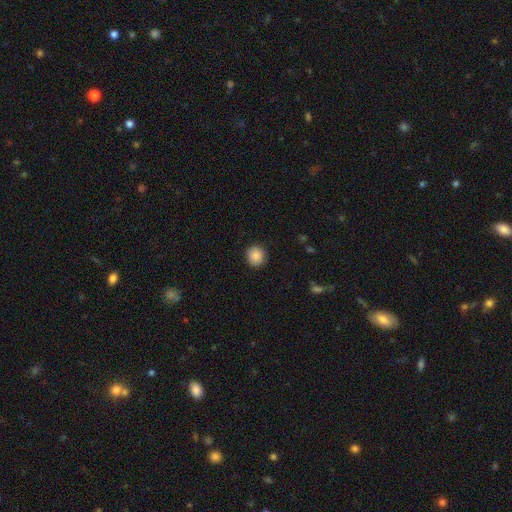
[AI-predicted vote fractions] smooth_or_featured: smooth (p=0.87) [alt: star or artifact p=0.09]
how_rounded: round (p=0.89) [alt: in between p=0.10]
merging: none (p=0.91) [alt: minor disturbance p=0.06]